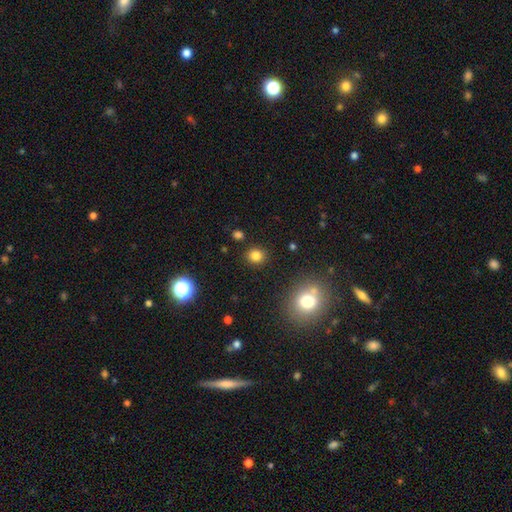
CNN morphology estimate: A smooth galaxy with no disk features (81%) that is round (85%).

Vote fractions:
- Smooth or featured? smooth: 81% / star or artifact: 14% / featured or disk: 5%
- How rounded? round: 85% / in between: 14% / cigar-shaped: 1%
- Merging? none: 89% / minor disturbance: 6% / merger: 2% / major disturbance: 2%